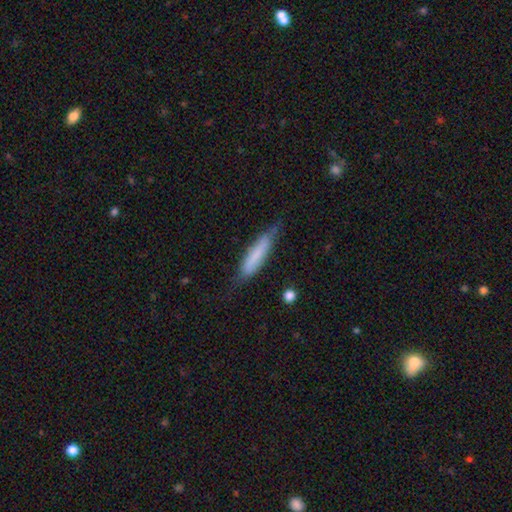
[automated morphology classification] Smooth or featured? Predicted: smooth (p=0.70). How rounded? Predicted: cigar-shaped (p=0.81). Merging? Predicted: none (p=0.66).